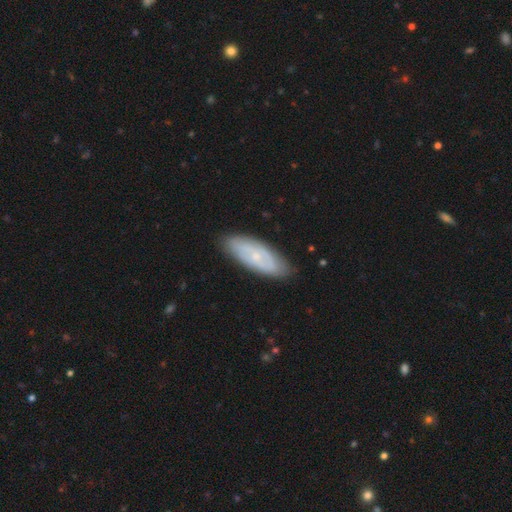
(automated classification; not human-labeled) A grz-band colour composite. It shows a featured or disk galaxy (51%). Merging: none (83%).